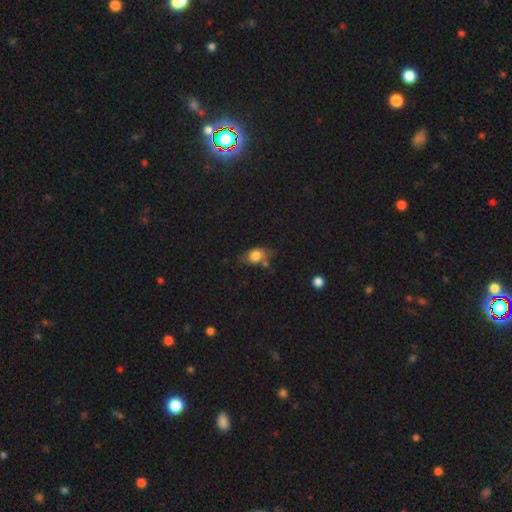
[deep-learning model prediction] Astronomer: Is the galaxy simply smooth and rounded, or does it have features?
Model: smooth — 76%.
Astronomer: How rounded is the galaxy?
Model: in between — 74%.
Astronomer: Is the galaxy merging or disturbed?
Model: none — 57%.